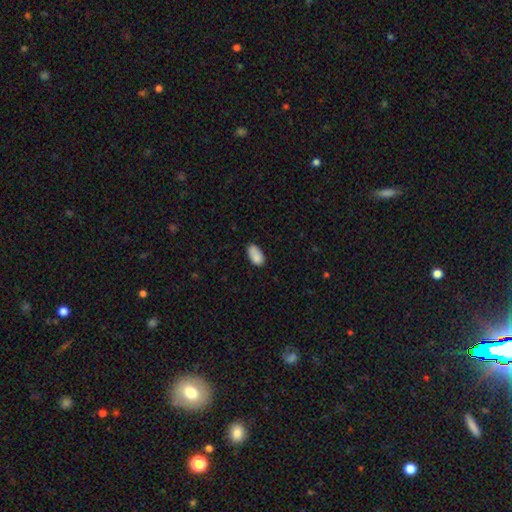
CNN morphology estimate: A smooth galaxy with no disk features (84%) that is in between round and cigar-shaped (93%).

Vote fractions:
- Smooth or featured? smooth: 84% / star or artifact: 8% / featured or disk: 8%
- How rounded? in between: 93% / round: 5% / cigar-shaped: 2%
- Merging? none: 66% / minor disturbance: 23% / merger: 6% / major disturbance: 5%